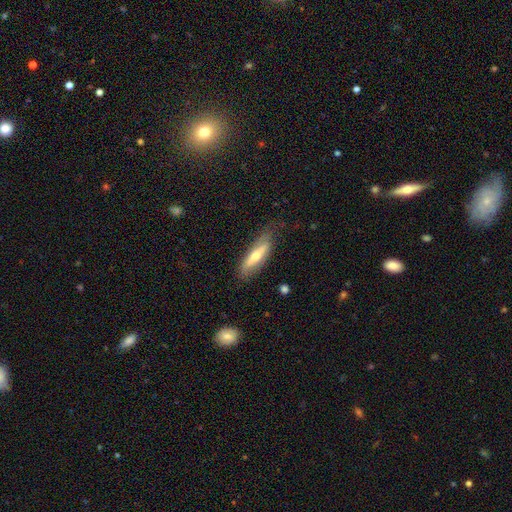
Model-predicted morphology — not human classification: smooth-or-featured: smooth: 49% | featured or disk: 45% | star or artifact: 6%
  merging: none: 71% | minor disturbance: 21% | major disturbance: 6% | merger: 2%